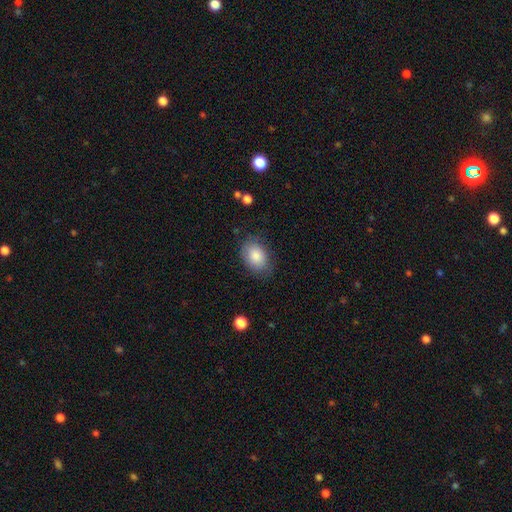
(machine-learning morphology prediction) smooth-or-featured: smooth: 85% | featured or disk: 8% | star or artifact: 7%
  how-rounded: in between: 77% | round: 22% | cigar-shaped: 1%
  merging: none: 76% | minor disturbance: 18% | major disturbance: 5% | merger: 1%